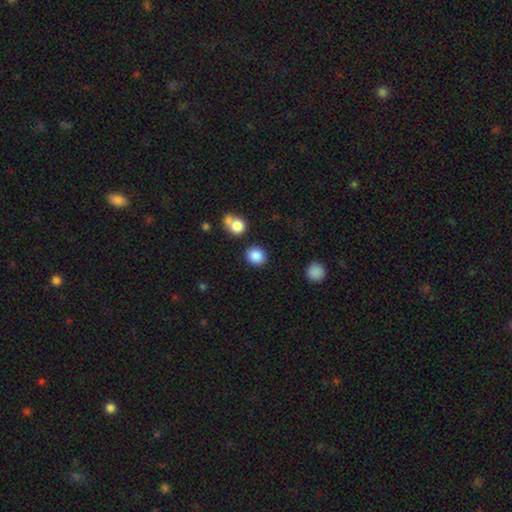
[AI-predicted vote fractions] Smooth or featured: smooth — 86% (star or artifact — 10%)
How rounded: round — 82% (in between — 17%)
Merging: none — 83% (minor disturbance — 8%)